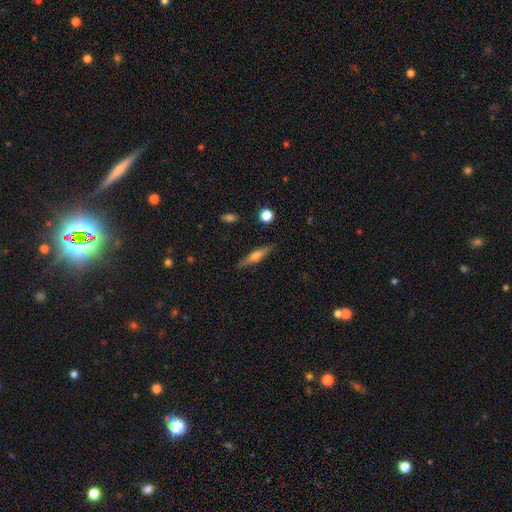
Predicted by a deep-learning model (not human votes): This appears to be a featured or disk galaxy (59%) viewed edge-on (95%) with a rounded central bulge (83%). Merging: none (86%).